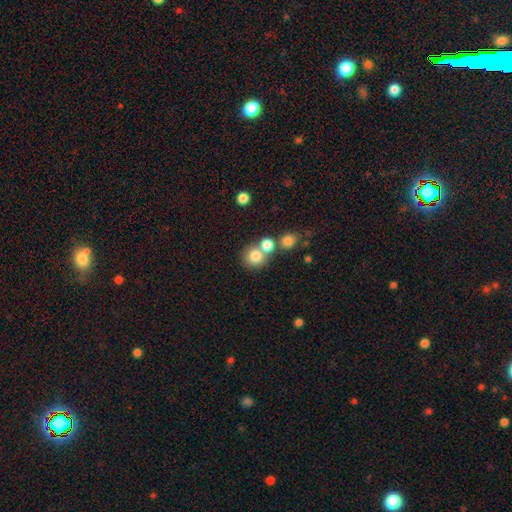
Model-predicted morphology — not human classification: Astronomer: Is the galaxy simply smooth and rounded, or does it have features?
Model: smooth — 78%.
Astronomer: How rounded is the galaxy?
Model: round — 88%.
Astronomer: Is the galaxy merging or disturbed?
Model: none — 52% (runner-up: merger, 37%).